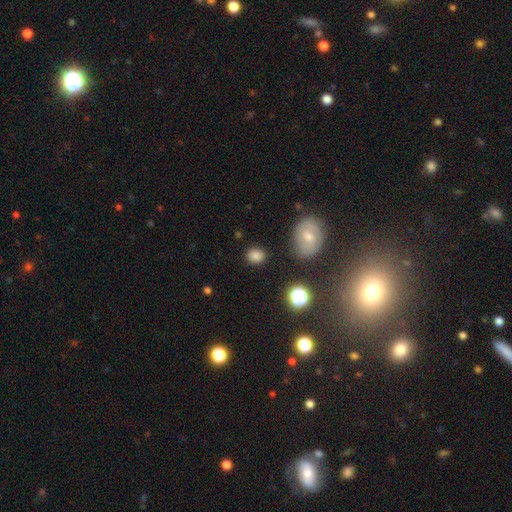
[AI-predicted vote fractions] Morphology: type=smooth (81%); roundness=round (61%); merging=none (82%).